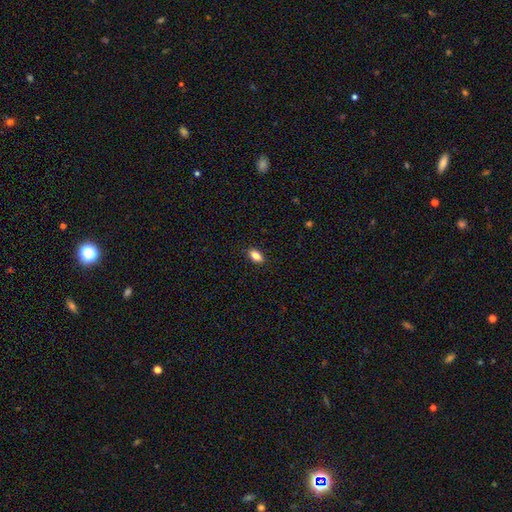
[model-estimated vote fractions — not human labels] Smooth or featured?
  - smooth: 81% *
  - featured or disk: 10%
  - star or artifact: 9%
How rounded?
  - in between: 86% *
  - cigar-shaped: 7%
  - round: 7%
Merging?
  - none: 88% *
  - minor disturbance: 9%
  - major disturbance: 2%
  - merger: 1%